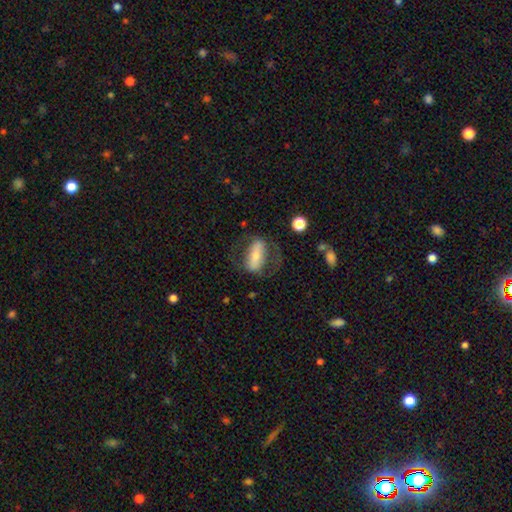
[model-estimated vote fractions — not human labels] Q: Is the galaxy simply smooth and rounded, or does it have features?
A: featured or disk — 51%.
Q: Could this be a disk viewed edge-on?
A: no — 83%.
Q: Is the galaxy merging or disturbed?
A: none — 60%.